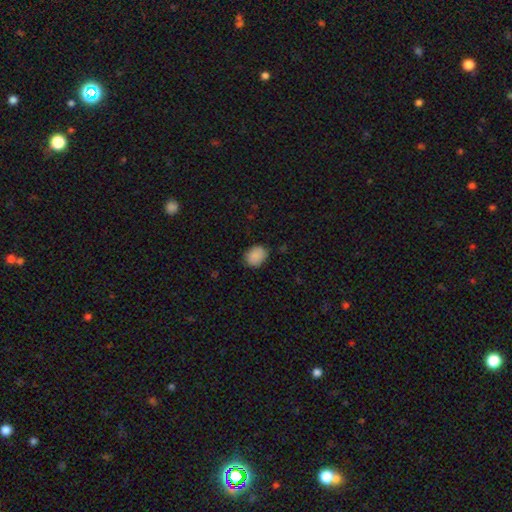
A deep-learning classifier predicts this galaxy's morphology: smooth 88%, star or artifact 8%, featured or disk 4%. Down the decision tree: how rounded — round (51%); merging — none (80%).